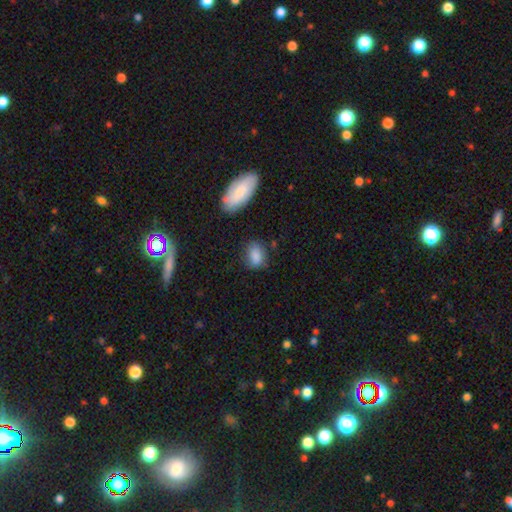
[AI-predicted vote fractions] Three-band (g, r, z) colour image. It shows a smooth galaxy with no disk features (85%) that is in between round and cigar-shaped (77%). Merging: none (69%).